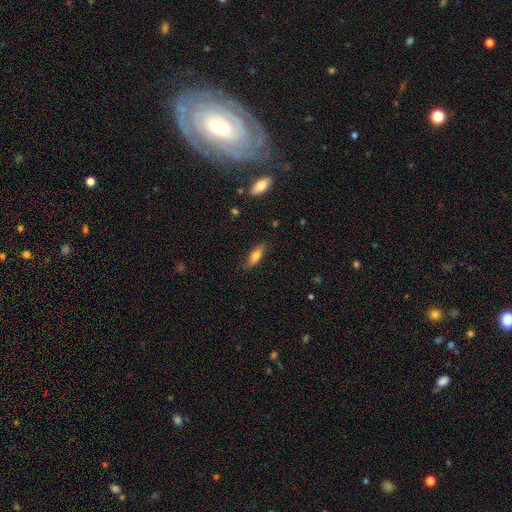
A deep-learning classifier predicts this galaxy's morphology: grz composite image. It shows a smooth galaxy with no disk features (74%) that is in between round and cigar-shaped (59%). Merging: none (81%).